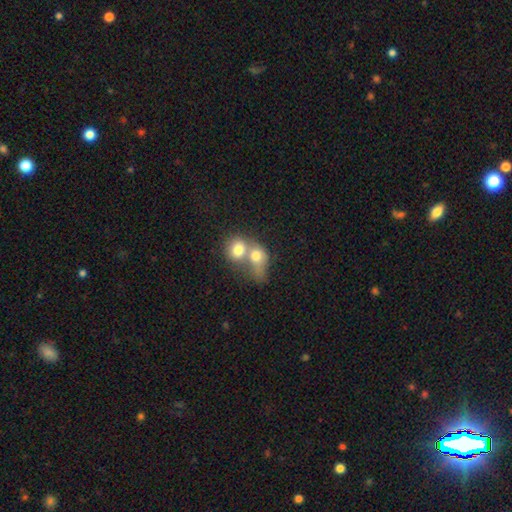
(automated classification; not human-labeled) A smooth galaxy with no disk features (72%) that is round (56%). Merging: merger (76%).